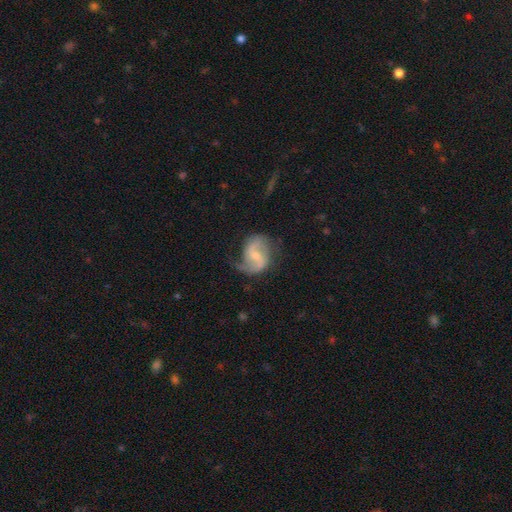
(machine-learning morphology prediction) featured or disk 83%, smooth 12%, star or artifact 5%. Down the decision tree: edge-on disk — no (98%); bar — weak (53%); spiral arms — yes (95%); spiral arm count — 2 (84%); spiral winding — loose (44%, tied with medium); bulge size — small (52%); merging — none (63%).